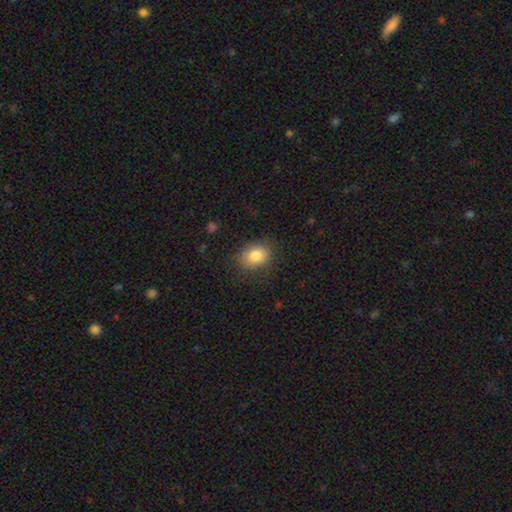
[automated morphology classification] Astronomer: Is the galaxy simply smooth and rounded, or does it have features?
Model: smooth — 82%.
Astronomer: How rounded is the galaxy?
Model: in between — 58% (runner-up: round, 41%).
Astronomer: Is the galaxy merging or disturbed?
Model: none — 81%.